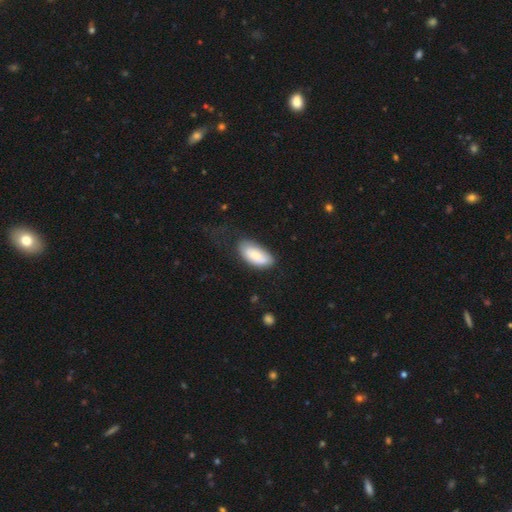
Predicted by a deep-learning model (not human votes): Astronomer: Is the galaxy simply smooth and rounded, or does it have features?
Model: smooth — 76%.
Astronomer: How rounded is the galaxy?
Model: in between — 91%.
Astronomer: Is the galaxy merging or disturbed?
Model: none — 60%.